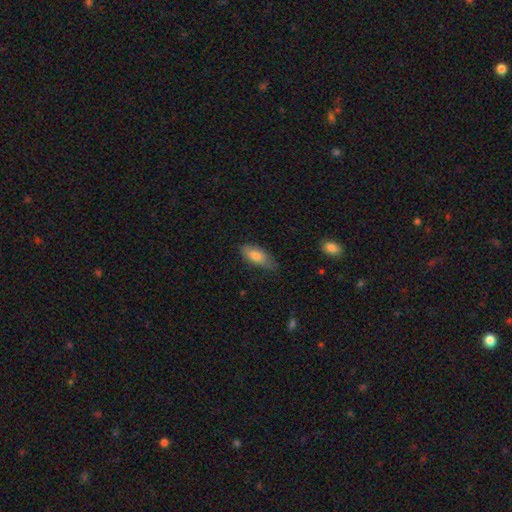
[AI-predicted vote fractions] Smooth or featured? Predicted: smooth (p=0.81). How rounded? Predicted: in between (p=0.82). Merging? Predicted: none (p=0.61).